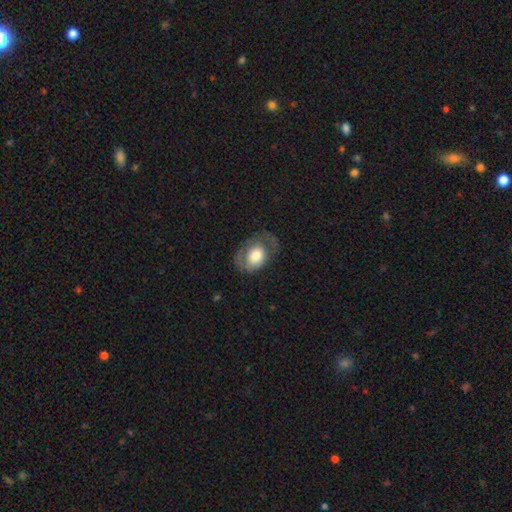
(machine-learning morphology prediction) smooth_or_featured: smooth (p=0.57) [alt: featured or disk p=0.36]
how_rounded: in between (p=0.70) [alt: round p=0.29]
merging: none (p=0.49) [alt: minor disturbance p=0.26]